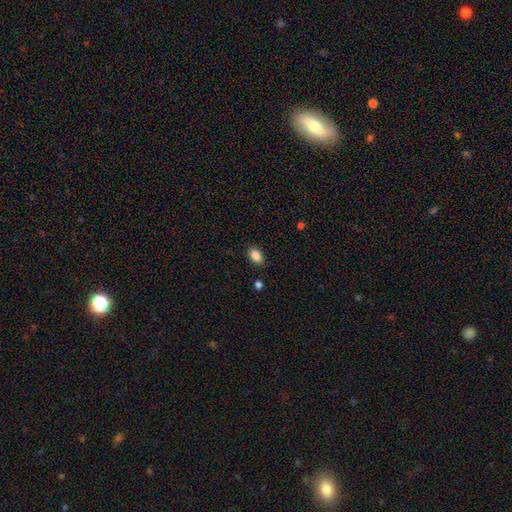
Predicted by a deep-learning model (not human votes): Overall: smooth (88%). How rounded: in between (88%). Merging: none (87%).